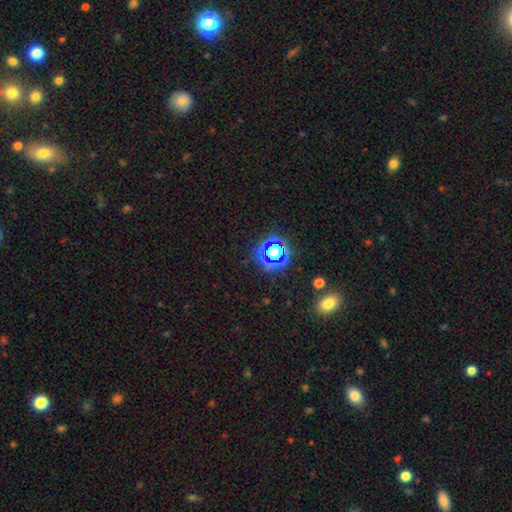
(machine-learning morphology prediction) smooth_or_featured: star or artifact (p=0.71) [alt: smooth p=0.22]